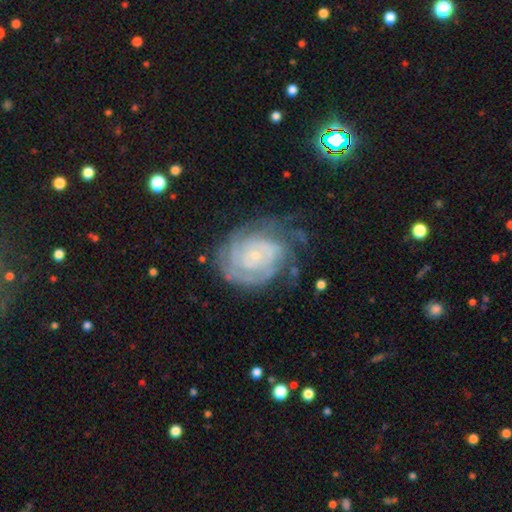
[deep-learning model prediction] Smooth or featured?
  - featured or disk: 82% *
  - smooth: 11%
  - star or artifact: 7%
Edge-on disk?
  - no: 97% *
  - yes: 3%
Bar?
  - no: 75% *
  - weak: 20%
  - strong: 4%
Spiral arms?
  - yes: 94% *
  - no: 6%
Spiral winding?
  - tight: 76% *
  - medium: 19%
  - loose: 5%
Spiral arm count?
  - can't tell: 40% *
  - 2: 17%
  - 3: 16%
  - 4: 14%
  - more than 4: 7%
  - 1: 6%
Bulge size?
  - small: 81% *
  - moderate: 11%
  - none: 5%
  - large: 1%
  - dominant: 1%
Merging?
  - none: 60% *
  - minor disturbance: 23%
  - major disturbance: 14%
  - merger: 2%